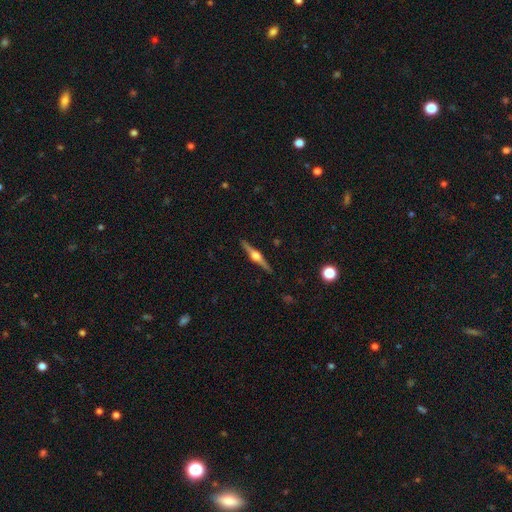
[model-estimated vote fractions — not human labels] This appears to be a featured or disk galaxy (82%) viewed edge-on (98%) with a rounded central bulge (94%). Merging: none (91%).